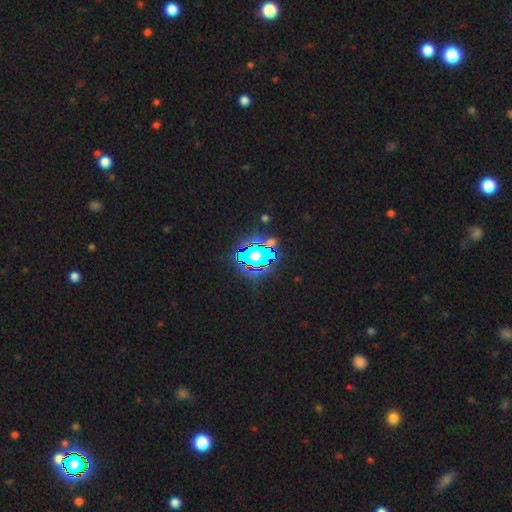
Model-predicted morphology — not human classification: Smooth or featured: star or artifact — 78% (smooth — 14%)